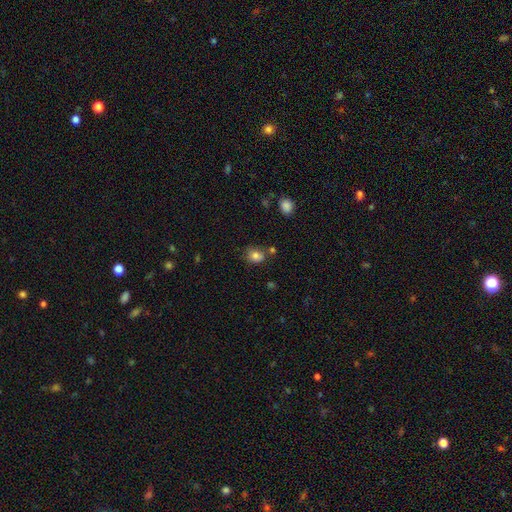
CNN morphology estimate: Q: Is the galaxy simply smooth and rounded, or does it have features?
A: smooth — 79%.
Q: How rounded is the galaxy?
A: in between — 50%.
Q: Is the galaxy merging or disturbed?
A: none — 64%.